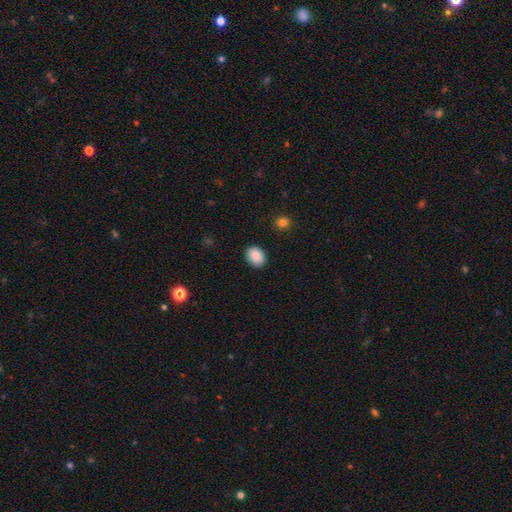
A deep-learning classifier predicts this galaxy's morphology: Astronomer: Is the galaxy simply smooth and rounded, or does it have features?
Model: smooth — 89%.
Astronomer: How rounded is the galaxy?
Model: in between — 71%.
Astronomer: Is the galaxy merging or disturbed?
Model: none — 90%.